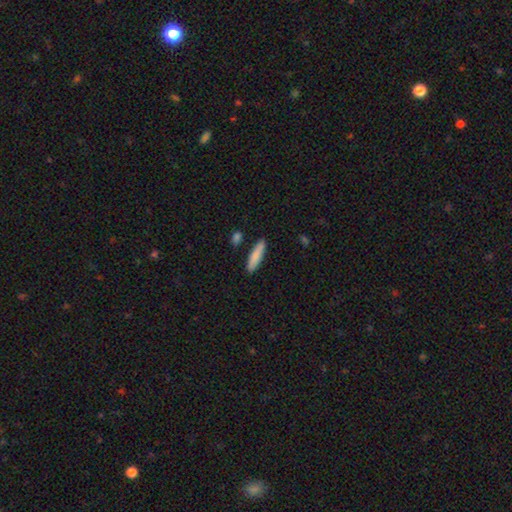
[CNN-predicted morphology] This appears to be a smooth galaxy with no disk features (85%) that is cigar-shaped (75%). Merging: none (87%).